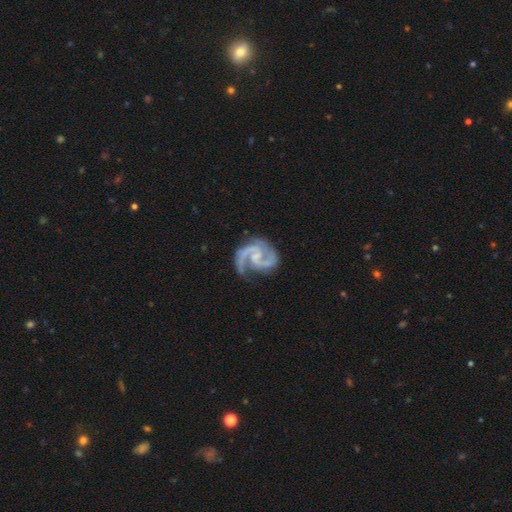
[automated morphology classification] Smooth or featured? featured or disk (93%)
Edge-on disk? no (98%)
Bar? weak (46%)
Spiral arms? yes (98%)
Spiral winding? medium (61%)
Spiral arm count? 2 (86%)
Bulge size? small (48%)
Merging? none (66%)